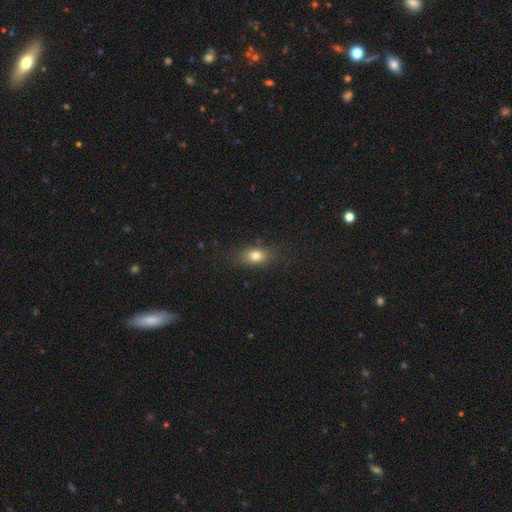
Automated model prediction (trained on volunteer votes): smooth 78%, featured or disk 11%, star or artifact 11%. Down the decision tree: how rounded — in between (75%); merging — none (80%).